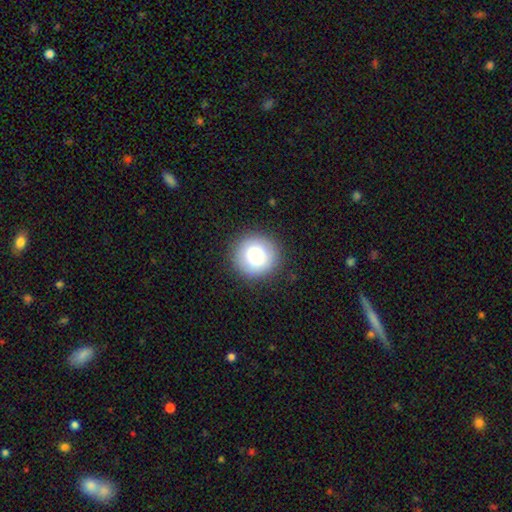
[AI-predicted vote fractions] smooth-or-featured: smooth: 81% | featured or disk: 11% | star or artifact: 8%
  how-rounded: round: 93% | in between: 6% | cigar-shaped: 1%
  merging: none: 88% | minor disturbance: 8% | major disturbance: 3% | merger: 1%